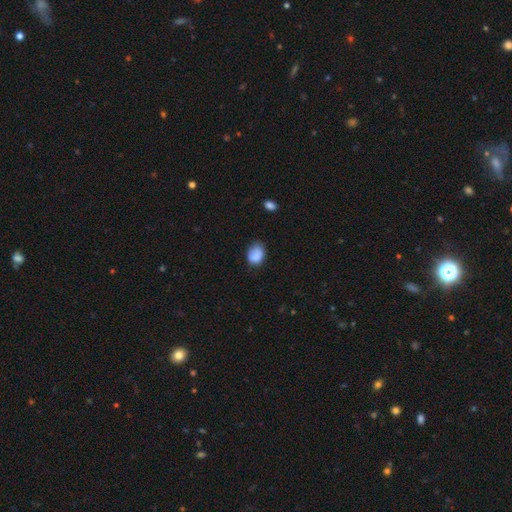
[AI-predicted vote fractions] Smooth or featured? smooth (84%)
How rounded? in between (60%)
Merging? none (57%)